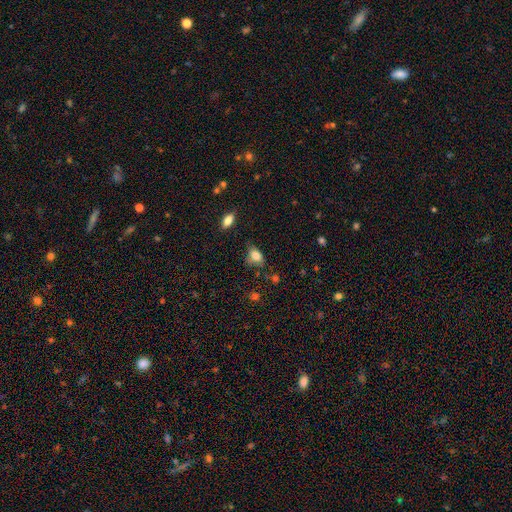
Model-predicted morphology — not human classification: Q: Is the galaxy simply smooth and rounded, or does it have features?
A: smooth — 81%.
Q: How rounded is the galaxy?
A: in between — 79%.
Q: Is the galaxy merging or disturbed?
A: none — 56%.